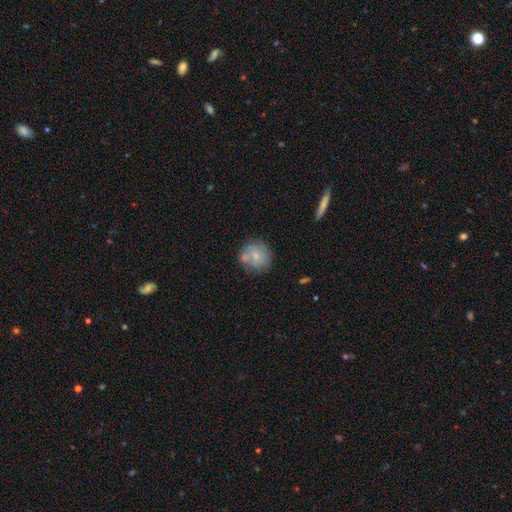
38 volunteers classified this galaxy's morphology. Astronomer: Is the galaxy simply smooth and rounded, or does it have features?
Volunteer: smooth — 58% (runner-up: featured or disk, 34%).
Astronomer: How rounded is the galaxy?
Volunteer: round — 82%.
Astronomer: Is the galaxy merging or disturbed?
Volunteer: none — 63%.